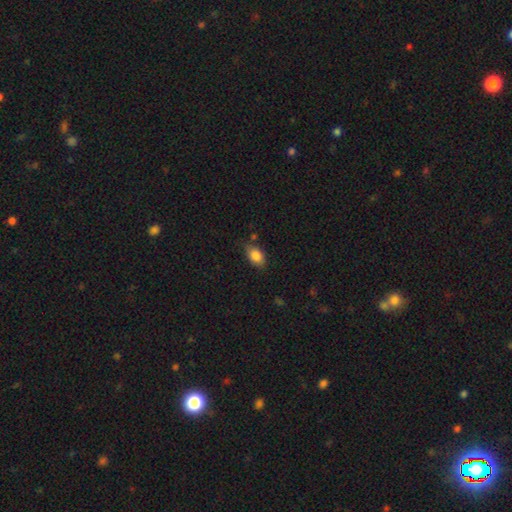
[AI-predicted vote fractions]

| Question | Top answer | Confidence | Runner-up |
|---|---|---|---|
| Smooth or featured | smooth | 86% | star or artifact (8%) |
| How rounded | in between | 85% | round (12%) |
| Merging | none | 70% | minor disturbance (22%) |